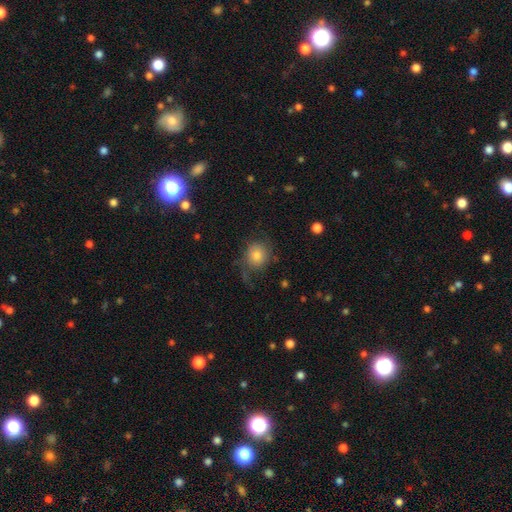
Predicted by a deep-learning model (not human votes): The model was most divided on "merging": none: 64%, minor disturbance: 21%, major disturbance: 13%, merger: 2%. More confident: how rounded — round (81%); smooth or featured — smooth (71%).